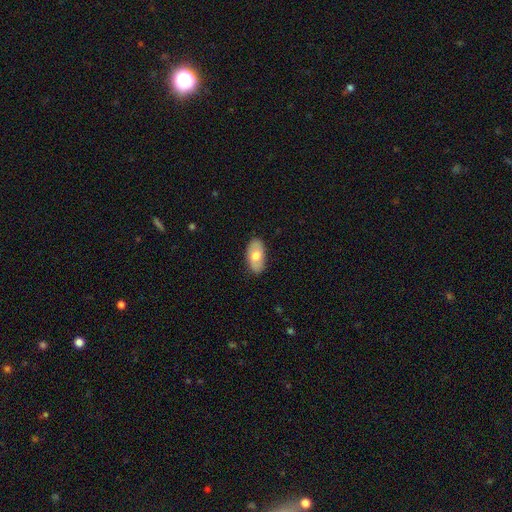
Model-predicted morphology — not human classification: Smooth or featured? smooth (61%)
How rounded? in between (94%)
Merging? none (85%)